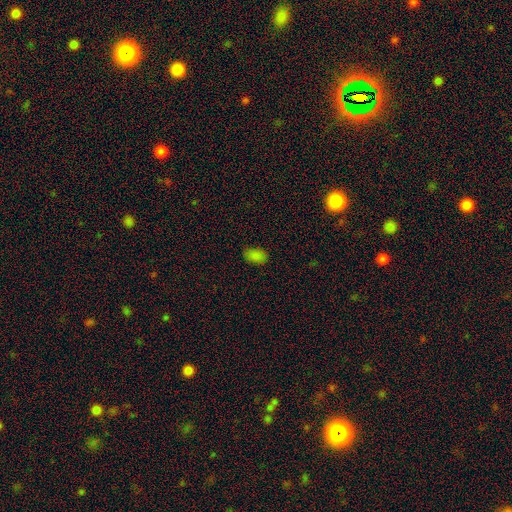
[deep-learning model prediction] This appears to be a smooth galaxy with no disk features (82%) that is in between round and cigar-shaped (88%). Merging: none (80%).